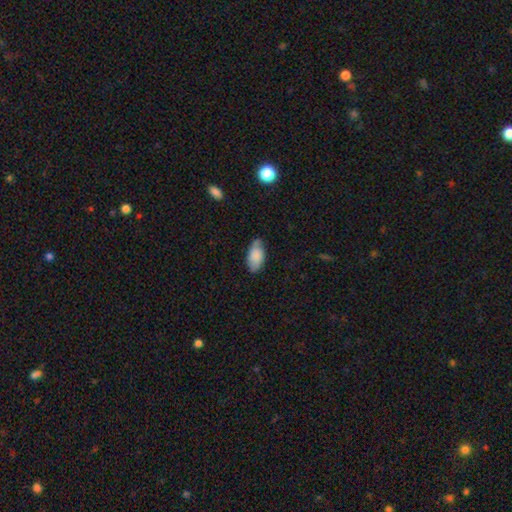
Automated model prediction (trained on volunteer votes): Smooth or featured?
  - smooth: 78% *
  - featured or disk: 15%
  - star or artifact: 7%
How rounded?
  - in between: 94% *
  - cigar-shaped: 4%
  - round: 3%
Merging?
  - none: 67% *
  - minor disturbance: 26%
  - major disturbance: 5%
  - merger: 2%